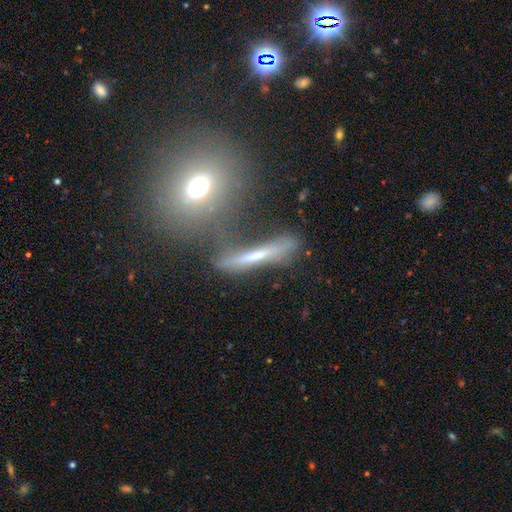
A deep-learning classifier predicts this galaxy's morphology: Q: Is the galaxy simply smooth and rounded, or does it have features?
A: smooth — 41%, tied with featured or disk.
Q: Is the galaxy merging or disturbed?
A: none — 60%.